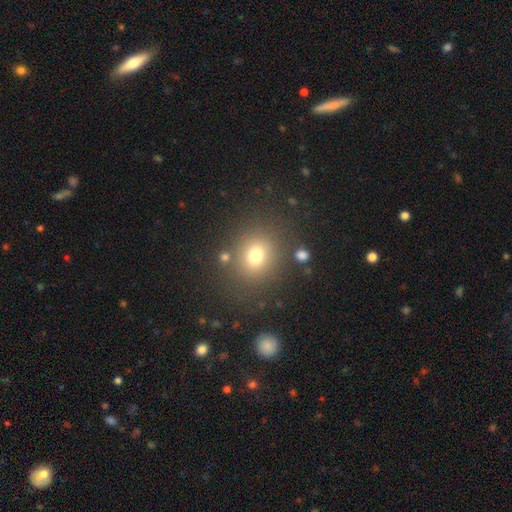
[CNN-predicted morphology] smooth-or-featured: smooth: 74% | star or artifact: 16% | featured or disk: 10%
  how-rounded: round: 69% | in between: 30% | cigar-shaped: 1%
  merging: none: 79% | minor disturbance: 10% | major disturbance: 5% | merger: 5%